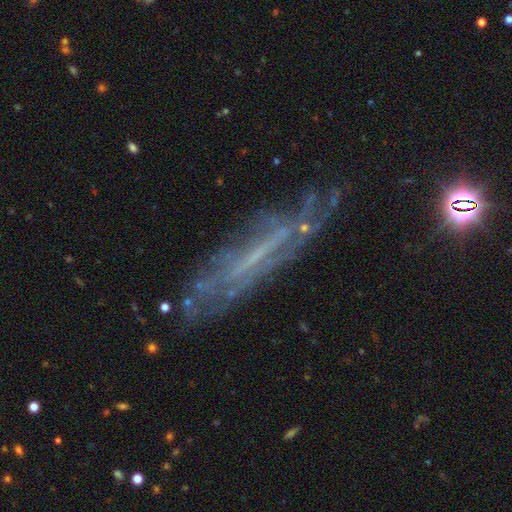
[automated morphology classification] type=featured or disk (68%); edge-on=no (54%); merging=none (69%).